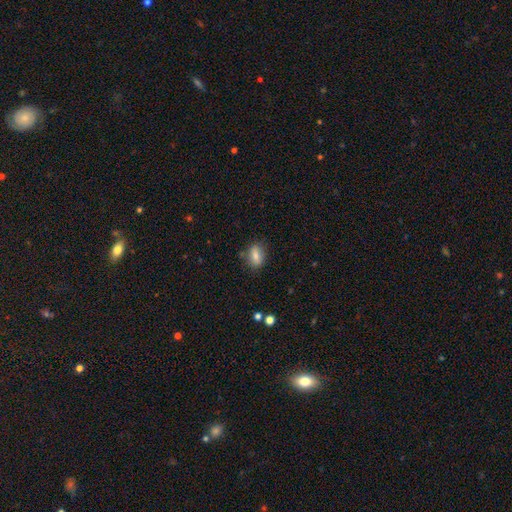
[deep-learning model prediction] Smooth or featured?
  - smooth: 80% *
  - featured or disk: 12%
  - star or artifact: 9%
How rounded?
  - in between: 77% *
  - round: 18%
  - cigar-shaped: 5%
Merging?
  - none: 79% *
  - minor disturbance: 15%
  - major disturbance: 4%
  - merger: 2%